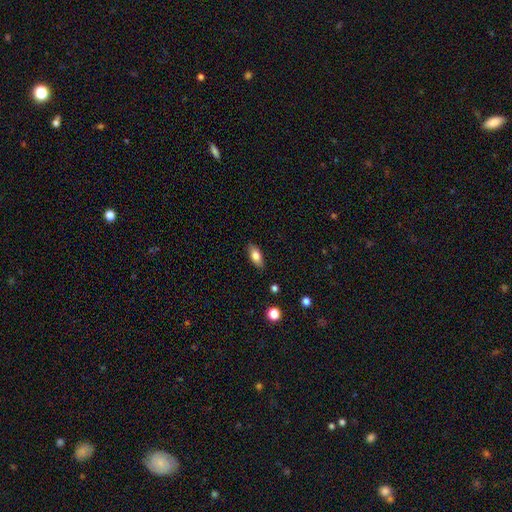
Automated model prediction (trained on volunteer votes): smooth_or_featured: smooth (p=0.75) [alt: featured or disk p=0.18]
how_rounded: in between (p=0.82) [alt: cigar-shaped p=0.14]
merging: none (p=0.86) [alt: minor disturbance p=0.11]